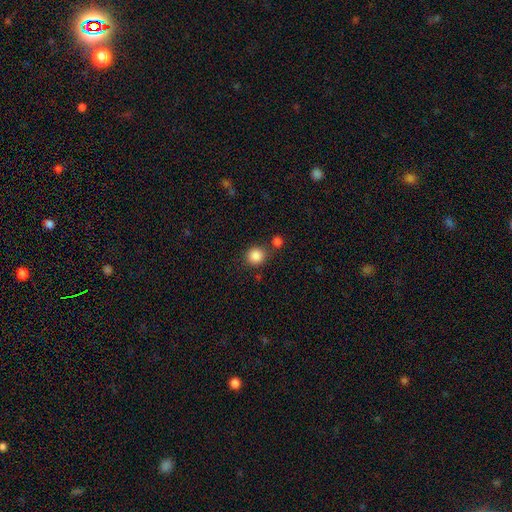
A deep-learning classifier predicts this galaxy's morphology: Overall: smooth (87%). How rounded: round (89%). Merging: none (74%).